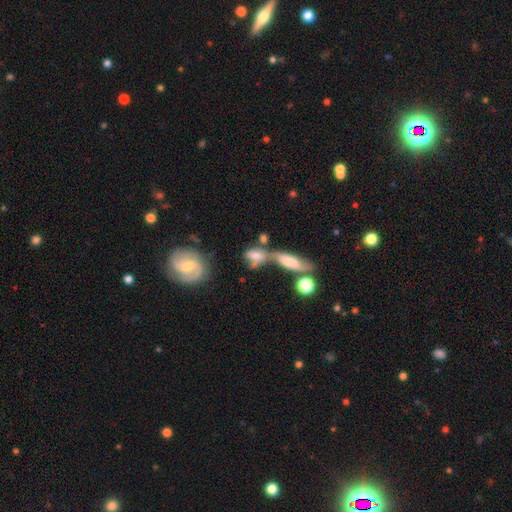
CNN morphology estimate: type=smooth (56%); roundness=in between (71%); merging=merger (54%).